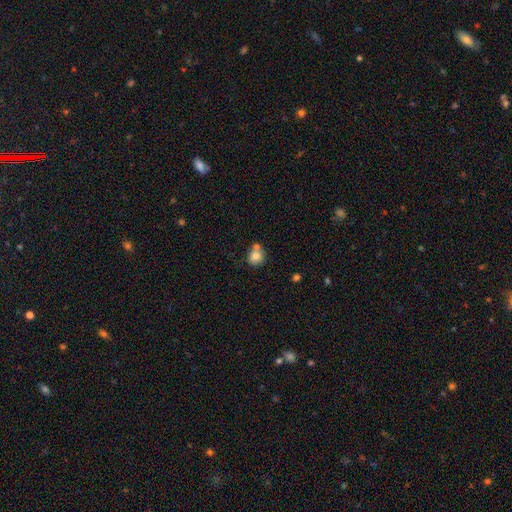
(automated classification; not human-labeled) smooth-or-featured: smooth: 78% | featured or disk: 12% | star or artifact: 10%
  how-rounded: round: 77% | in between: 22% | cigar-shaped: 1%
  merging: none: 45% | merger: 36% | minor disturbance: 14% | major disturbance: 5%